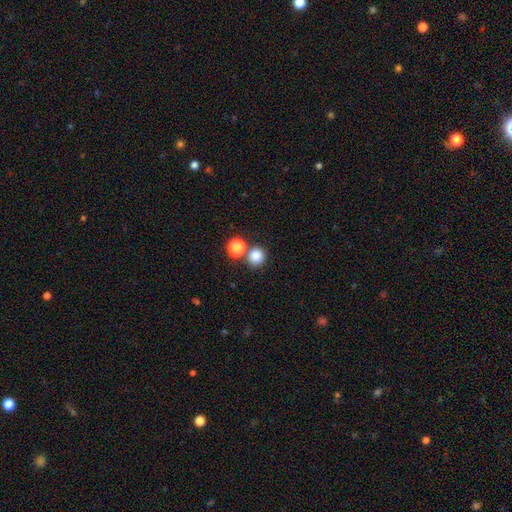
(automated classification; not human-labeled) smooth-or-featured: smooth: 82% | star or artifact: 13% | featured or disk: 6%
  how-rounded: round: 91% | in between: 8% | cigar-shaped: 1%
  merging: none: 71% | merger: 20% | minor disturbance: 7% | major disturbance: 3%